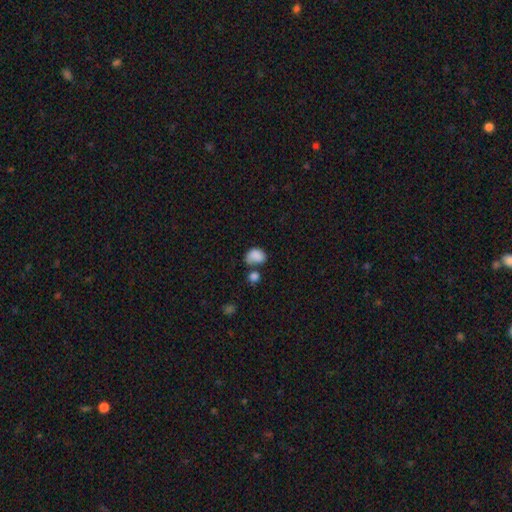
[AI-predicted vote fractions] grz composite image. It shows a smooth galaxy with no disk features (84%) that is in between round and cigar-shaped (67%). Merging: none (40%).